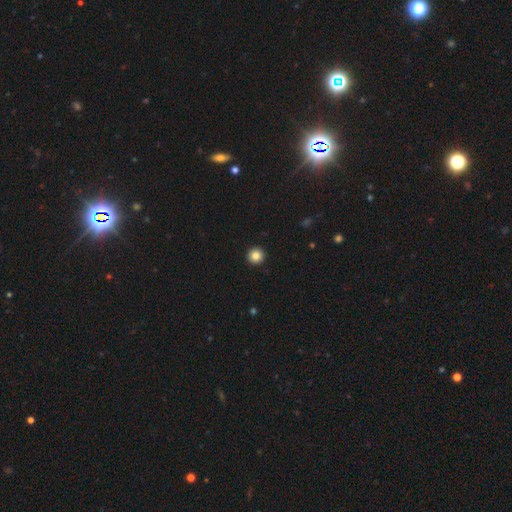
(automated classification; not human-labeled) Q: Smooth or featured?
A: smooth (85%); runner-up: star or artifact (10%)
Q: How rounded?
A: round (95%); runner-up: in between (4%)
Q: Merging?
A: none (94%); runner-up: minor disturbance (4%)